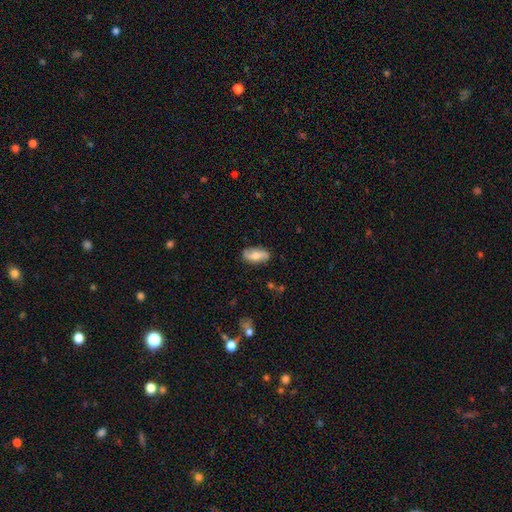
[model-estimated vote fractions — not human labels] Overall: smooth (47%, tied with featured or disk). Merging: none (81%).